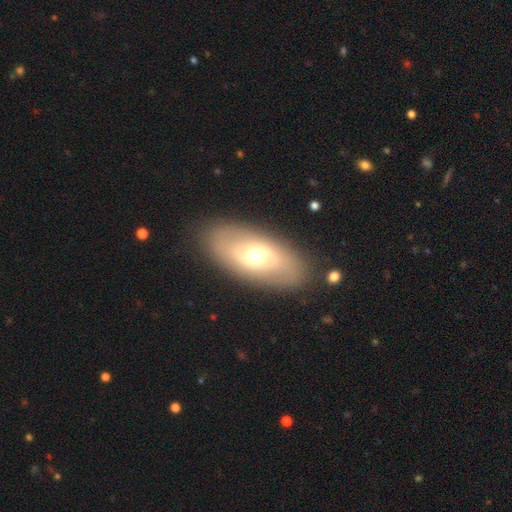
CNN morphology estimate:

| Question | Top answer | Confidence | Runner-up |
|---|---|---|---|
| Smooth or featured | featured or disk | 57% | smooth (37%) |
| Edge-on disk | no | 88% | yes (12%) |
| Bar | no | 52% | weak (35%) |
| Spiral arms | yes | 50% | tied: no (50%) |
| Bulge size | moderate | 69% | small (18%) |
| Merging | none | 86% | minor disturbance (9%) |